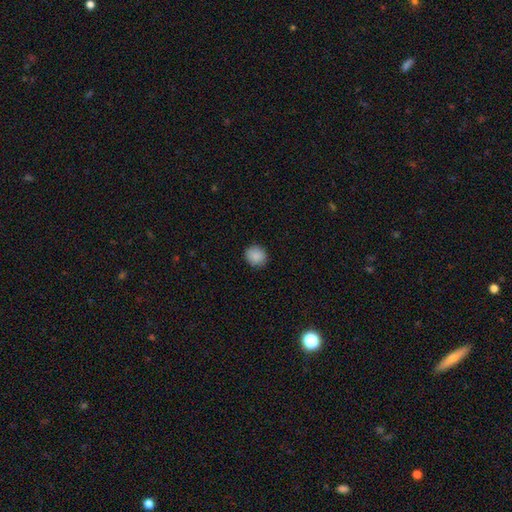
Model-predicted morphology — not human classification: A smooth galaxy with no disk features (88%) that is round (85%).

Vote fractions:
- Smooth or featured? smooth: 88% / star or artifact: 8% / featured or disk: 4%
- How rounded? round: 85% / in between: 14% / cigar-shaped: 1%
- Merging? none: 88% / minor disturbance: 9% / major disturbance: 2% / merger: 1%